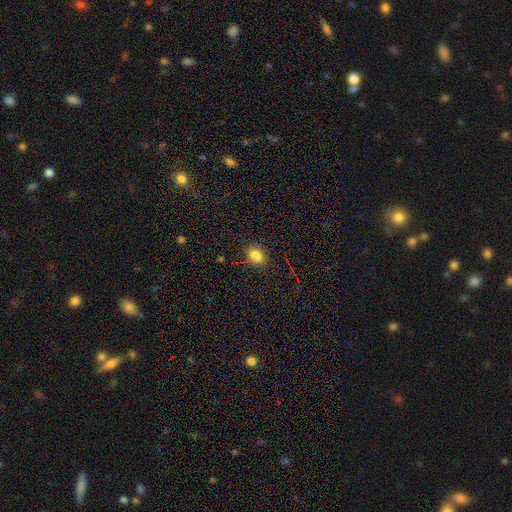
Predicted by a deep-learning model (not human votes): The model was most divided on "how rounded": round: 62%, in between: 37%, cigar-shaped: 1%. More confident: merging — none (86%); smooth or featured — smooth (81%).